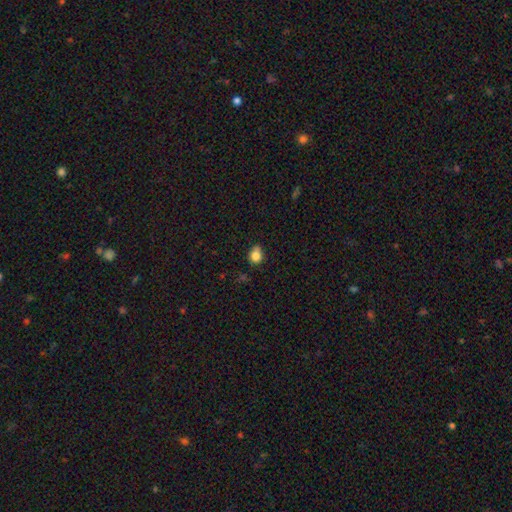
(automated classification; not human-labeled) smooth-or-featured: smooth: 82% | star or artifact: 11% | featured or disk: 7%
  how-rounded: round: 70% | in between: 29% | cigar-shaped: 1%
  merging: none: 59% | minor disturbance: 28% | merger: 7% | major disturbance: 6%